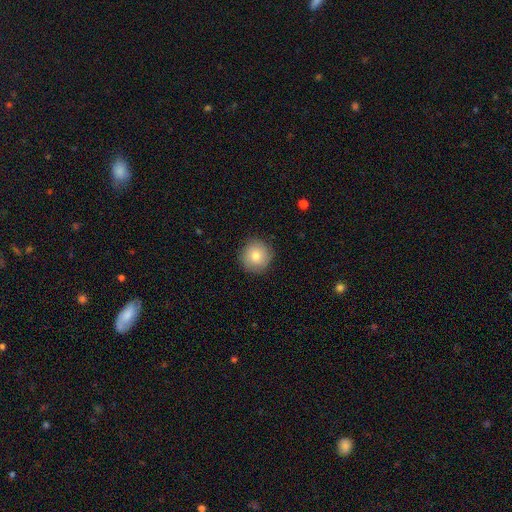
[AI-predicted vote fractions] A smooth galaxy with no disk features (78%) that is round (94%).

Vote fractions:
- Smooth or featured? smooth: 78% / featured or disk: 14% / star or artifact: 8%
- How rounded? round: 94% / in between: 5% / cigar-shaped: 1%
- Merging? none: 88% / minor disturbance: 9% / major disturbance: 2% / merger: 1%